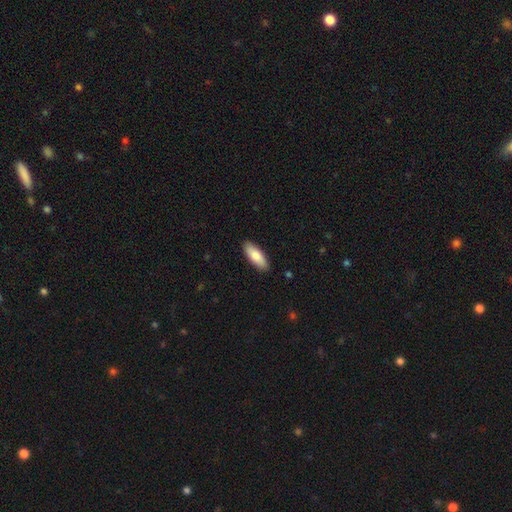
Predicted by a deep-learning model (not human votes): Smooth or featured: smooth — 82% (featured or disk — 13%)
How rounded: in between — 72% (cigar-shaped — 26%)
Merging: none — 89% (minor disturbance — 8%)